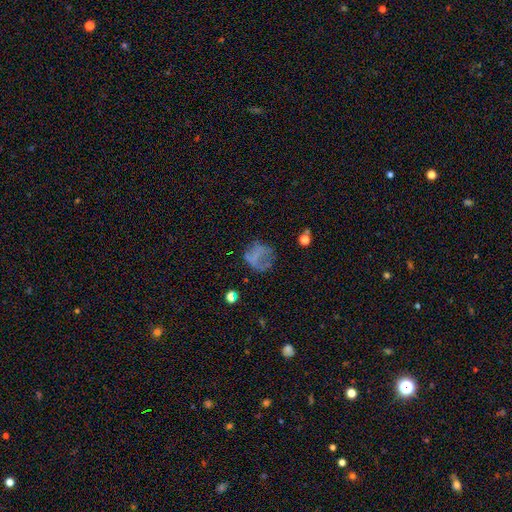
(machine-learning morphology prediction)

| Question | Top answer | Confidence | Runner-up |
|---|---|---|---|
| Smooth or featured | smooth | 50% | featured or disk (32%) |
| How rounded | round | 75% | in between (23%) |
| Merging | none | 47% | major disturbance (27%) |